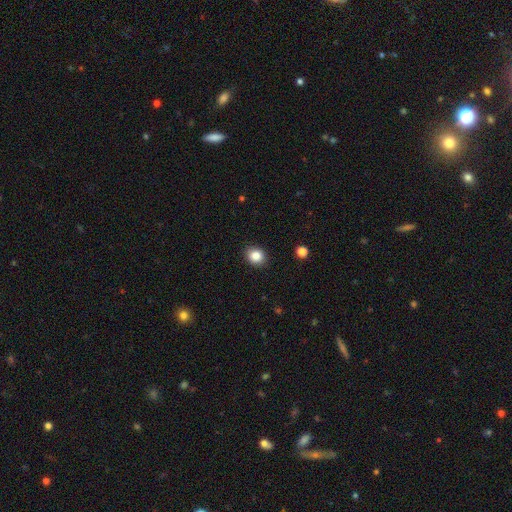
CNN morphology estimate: Smooth or featured? smooth (86%)
How rounded? round (71%)
Merging? none (90%)